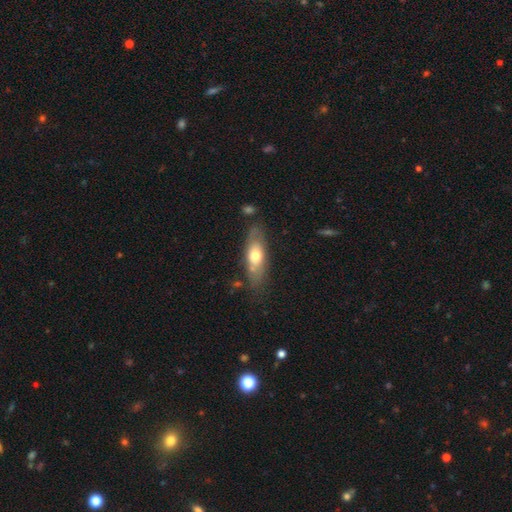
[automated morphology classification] A smooth galaxy with no disk features (58%) that is in between round and cigar-shaped (64%).

Vote fractions:
- Smooth or featured? smooth: 58% / featured or disk: 36% / star or artifact: 6%
- How rounded? in between: 64% / cigar-shaped: 33% / round: 4%
- Merging? none: 71% / minor disturbance: 18% / major disturbance: 5% / merger: 5%